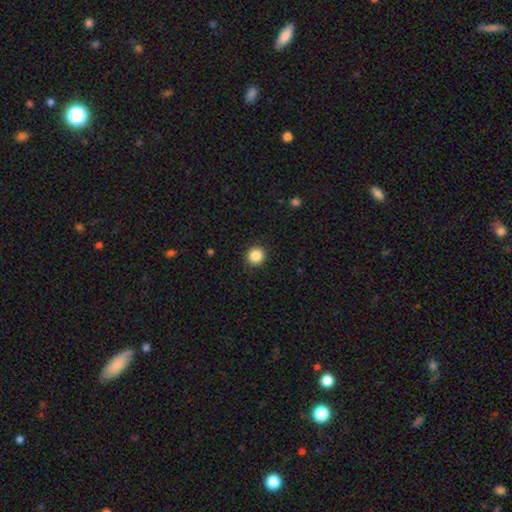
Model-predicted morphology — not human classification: smooth_or_featured: smooth (p=0.87) [alt: star or artifact p=0.10]
how_rounded: round (p=0.92) [alt: in between p=0.07]
merging: none (p=0.92) [alt: minor disturbance p=0.05]